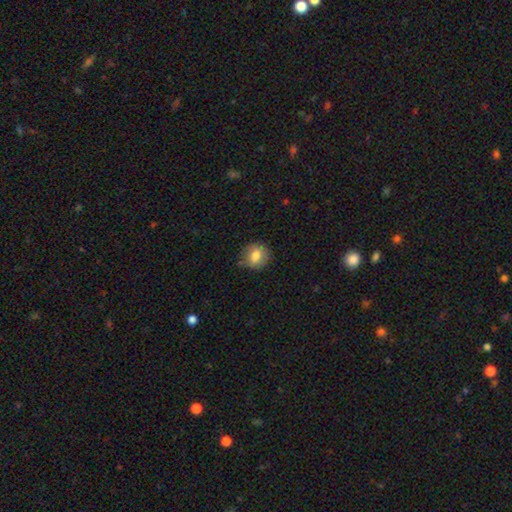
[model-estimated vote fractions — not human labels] A smooth galaxy with no disk features (78%) that is round (74%). Merging: none (74%).